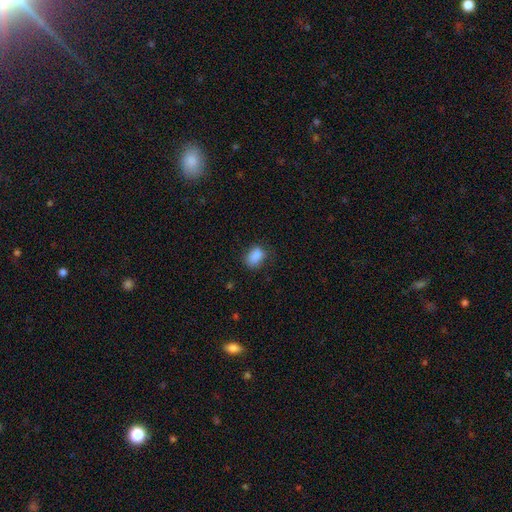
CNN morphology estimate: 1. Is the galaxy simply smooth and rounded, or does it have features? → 86% smooth, 10% star or artifact, 5% featured or disk.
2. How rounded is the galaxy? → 77% in between, 22% round, 1% cigar-shaped.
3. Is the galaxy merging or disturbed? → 66% none, 25% minor disturbance, 7% major disturbance, 2% merger.